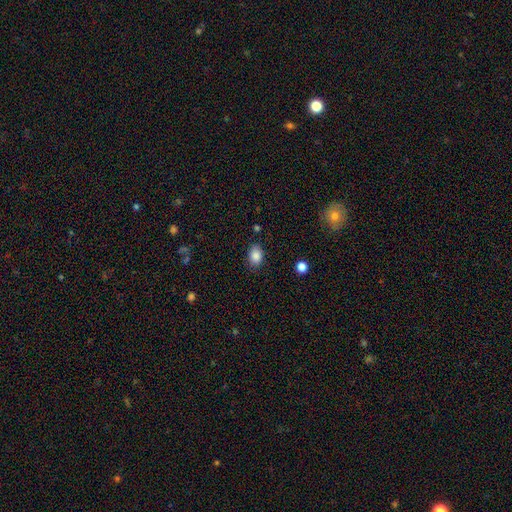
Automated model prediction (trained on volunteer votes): Smooth or featured? smooth (86%)
How rounded? in between (77%)
Merging? none (81%)